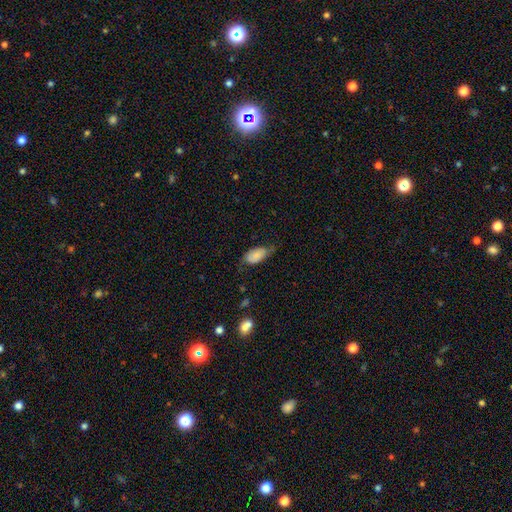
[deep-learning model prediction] smooth-or-featured: smooth: 80% | featured or disk: 13% | star or artifact: 7%
  how-rounded: in between: 93% | cigar-shaped: 4% | round: 3%
  merging: minor disturbance: 42% | none: 41% | major disturbance: 14% | merger: 2%